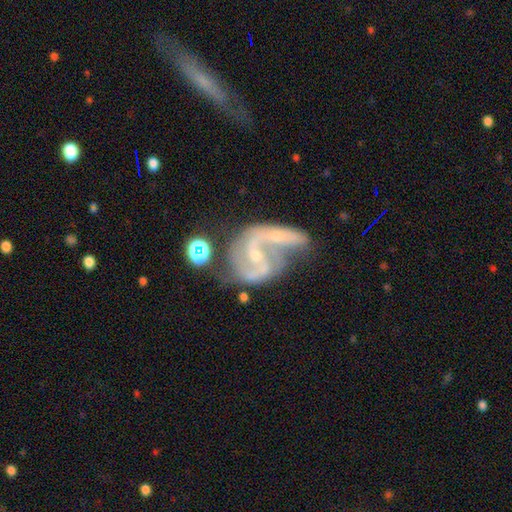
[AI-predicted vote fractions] Morphology: type=featured or disk (85%); edge-on=no (97%); bar=no (39%); spiral arms=yes (91%); winding=loose (43%); arm count=2 (80%); bulge=small (72%); merging=merger (50%).